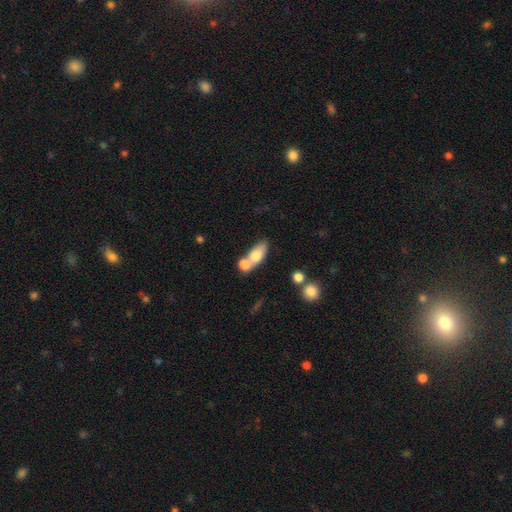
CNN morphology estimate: type=smooth (74%); roundness=in between (76%); merging=merger (56%).